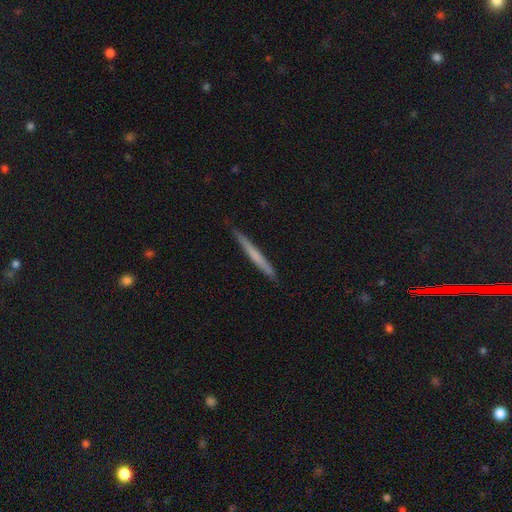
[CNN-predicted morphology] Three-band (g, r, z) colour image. It shows a smooth galaxy with no disk features (56%) that is cigar-shaped (97%). Merging: none (90%).